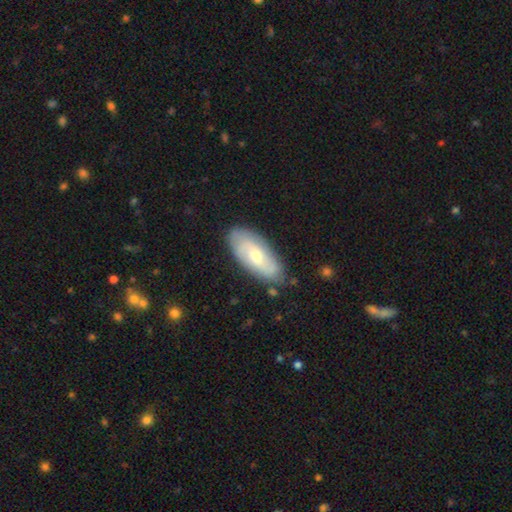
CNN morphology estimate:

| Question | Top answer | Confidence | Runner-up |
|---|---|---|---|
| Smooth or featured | featured or disk | 50% | smooth (44%) |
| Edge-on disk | no | 88% | yes (12%) |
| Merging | none | 81% | minor disturbance (14%) |